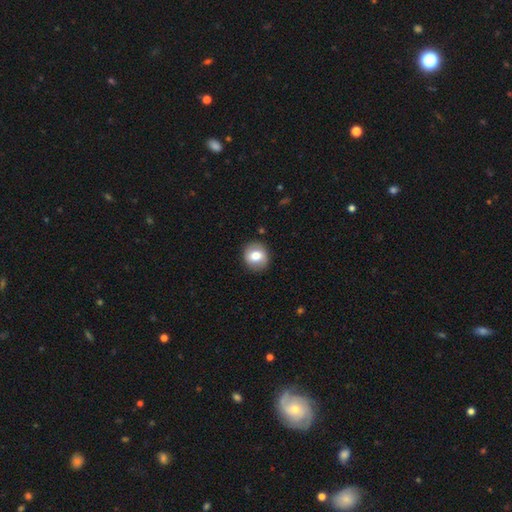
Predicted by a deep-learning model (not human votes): A smooth galaxy with no disk features (72%) that is round (80%). Merging: none (88%).